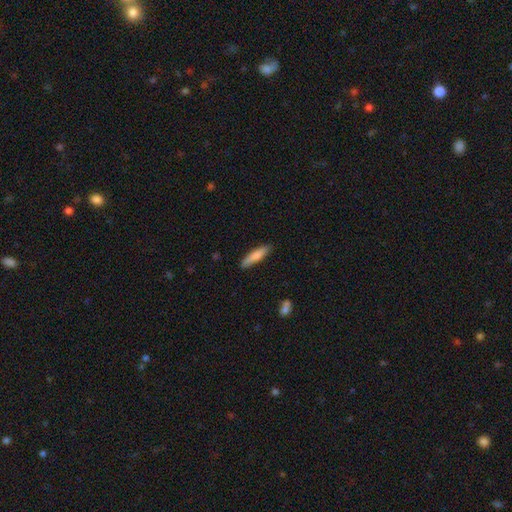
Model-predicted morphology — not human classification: Smooth or featured?
  - smooth: 78% *
  - featured or disk: 16%
  - star or artifact: 6%
How rounded?
  - cigar-shaped: 82% *
  - in between: 17%
  - round: 1%
Merging?
  - none: 85% *
  - minor disturbance: 12%
  - major disturbance: 2%
  - merger: 1%